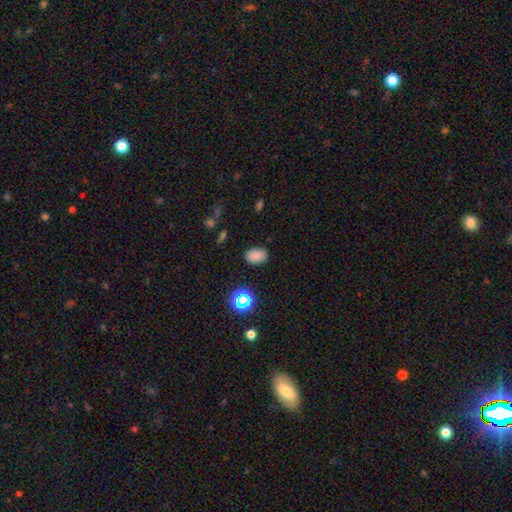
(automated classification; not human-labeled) Morphology: type=smooth (80%); roundness=in between (82%); merging=none (85%).